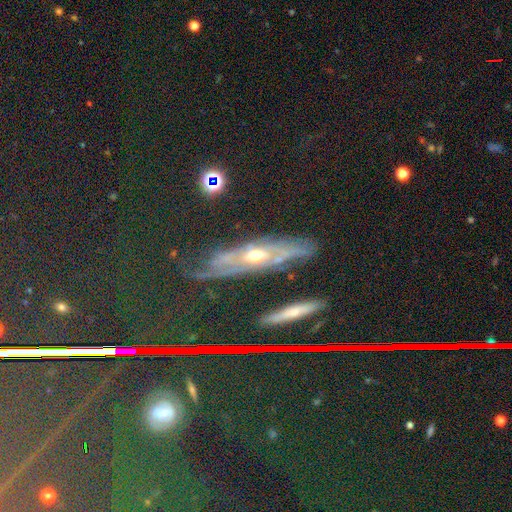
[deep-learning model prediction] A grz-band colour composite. It shows a star or artifact, not a galaxy (41%).